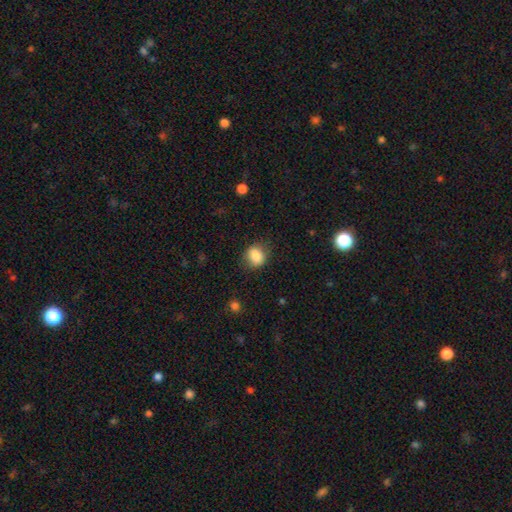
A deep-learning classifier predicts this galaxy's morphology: This appears to be a smooth galaxy with no disk features (85%) that is round (57%). Merging: none (79%).